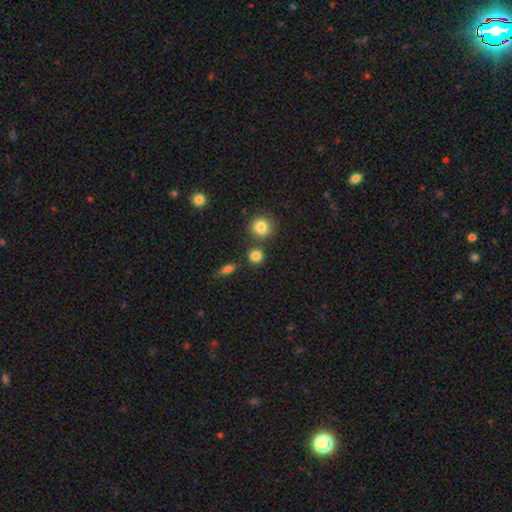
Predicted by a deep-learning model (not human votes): Smooth or featured? smooth (84%)
How rounded? round (85%)
Merging? none (75%)